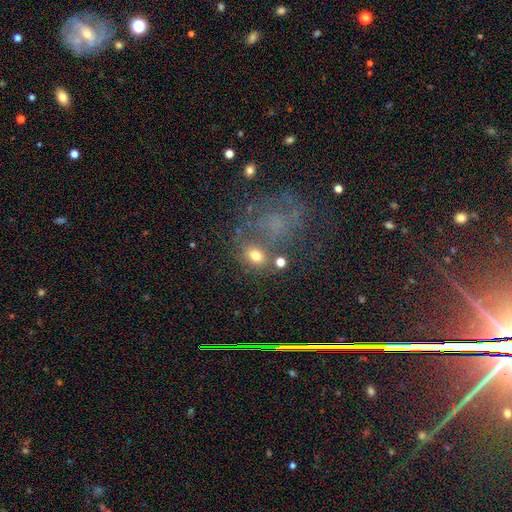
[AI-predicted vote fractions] Smooth or featured? smooth (65%)
How rounded? in between (54%)
Merging? none (60%)